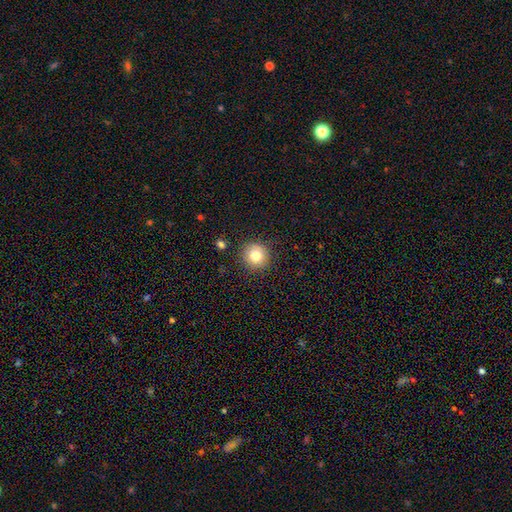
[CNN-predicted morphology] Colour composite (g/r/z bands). It shows a smooth galaxy with no disk features (79%) that is round (94%). Merging: none (89%).